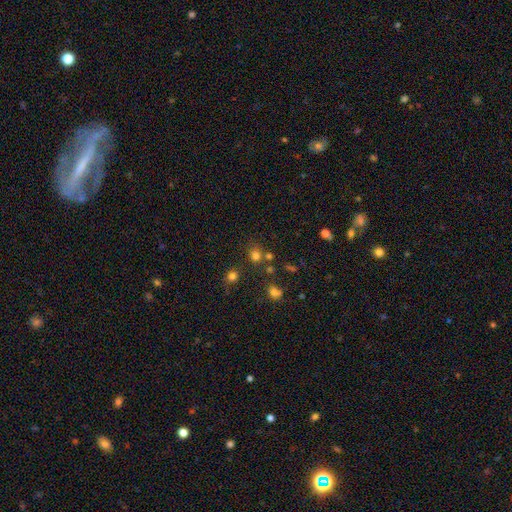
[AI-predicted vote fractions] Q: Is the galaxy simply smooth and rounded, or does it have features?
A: smooth — 72%.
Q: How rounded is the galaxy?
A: round — 82%.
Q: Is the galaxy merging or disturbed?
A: none — 68%.